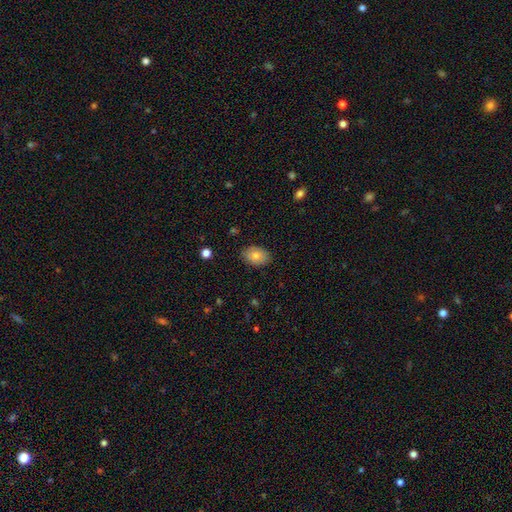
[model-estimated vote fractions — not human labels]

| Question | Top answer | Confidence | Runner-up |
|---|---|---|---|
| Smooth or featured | smooth | 76% | featured or disk (15%) |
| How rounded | in between | 82% | round (17%) |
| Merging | none | 86% | minor disturbance (11%) |